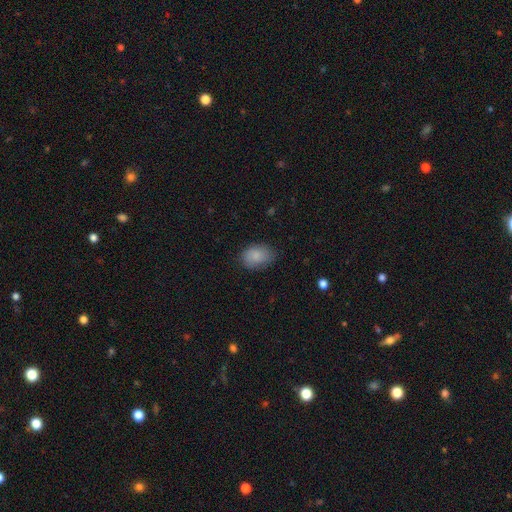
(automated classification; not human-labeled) A smooth galaxy with no disk features (86%) that is in between round and cigar-shaped (79%). Merging: none (72%).